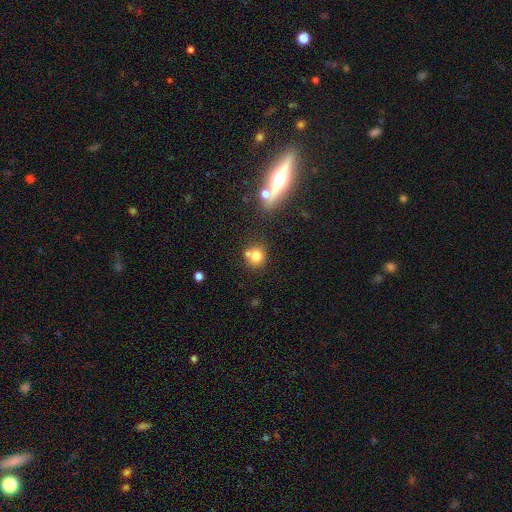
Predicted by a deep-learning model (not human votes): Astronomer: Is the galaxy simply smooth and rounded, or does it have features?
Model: smooth — 75%.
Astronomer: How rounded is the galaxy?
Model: round — 85%.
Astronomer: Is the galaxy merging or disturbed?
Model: none — 56%.